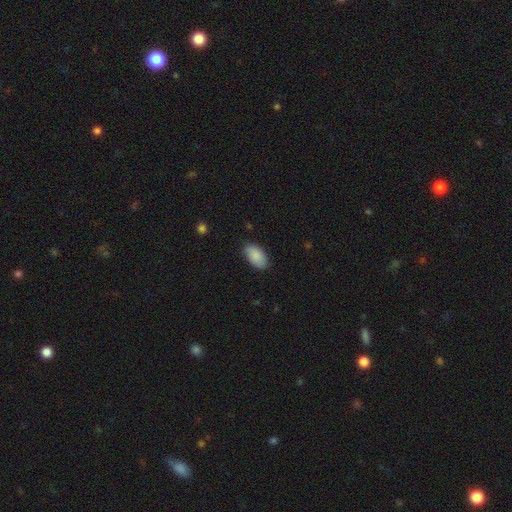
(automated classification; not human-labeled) Smooth or featured? Predicted: smooth (p=0.89). How rounded? Predicted: in between (p=0.95). Merging? Predicted: none (p=0.82).